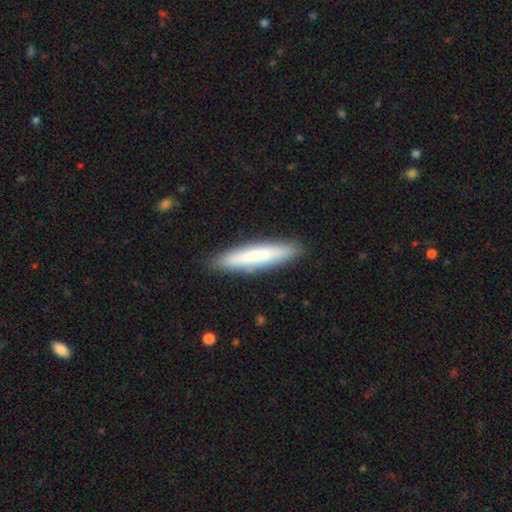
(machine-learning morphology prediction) Smooth or featured: smooth — 68% (featured or disk — 26%)
How rounded: cigar-shaped — 87% (in between — 11%)
Merging: none — 89% (minor disturbance — 8%)